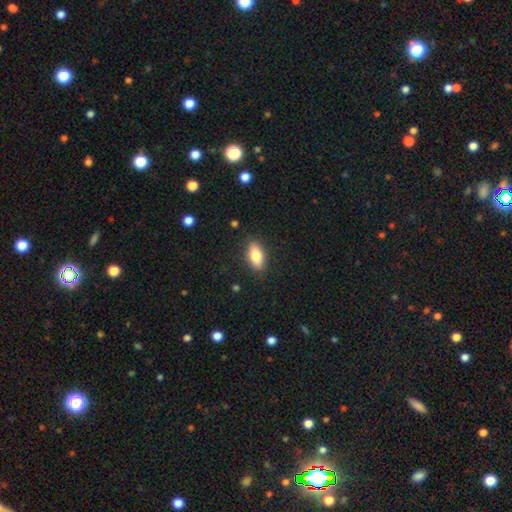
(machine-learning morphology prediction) Smooth or featured?
  - smooth: 80% *
  - featured or disk: 12%
  - star or artifact: 7%
How rounded?
  - in between: 86% *
  - cigar-shaped: 10%
  - round: 4%
Merging?
  - none: 86% *
  - minor disturbance: 10%
  - major disturbance: 3%
  - merger: 1%